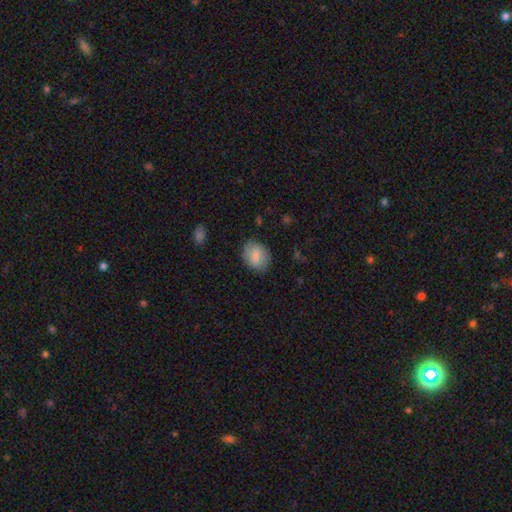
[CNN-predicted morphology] Smooth or featured? smooth (82%)
How rounded? in between (52%)
Merging? none (81%)